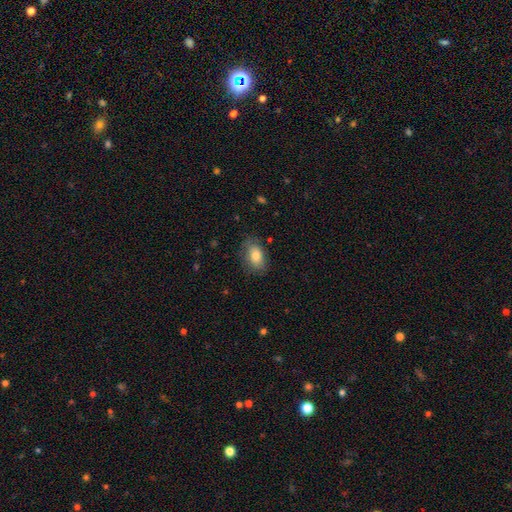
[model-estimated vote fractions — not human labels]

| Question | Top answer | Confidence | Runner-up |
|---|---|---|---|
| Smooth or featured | smooth | 79% | featured or disk (14%) |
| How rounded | in between | 87% | round (12%) |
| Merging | none | 75% | minor disturbance (18%) |